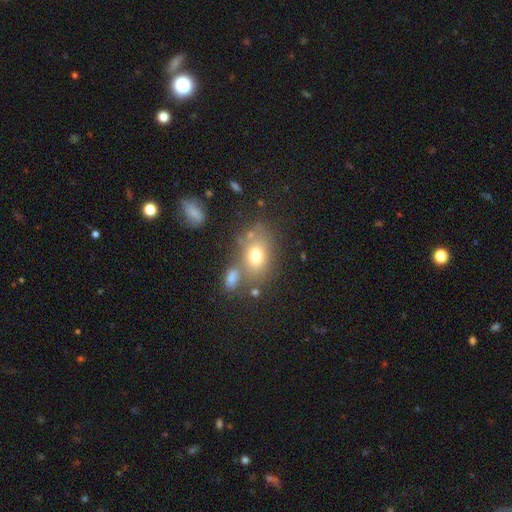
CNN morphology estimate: Overall: smooth (71%). How rounded: in between (73%). Merging: none (61%).